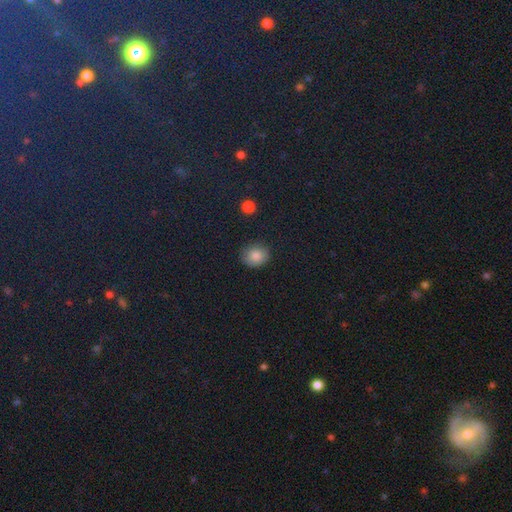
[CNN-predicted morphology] Overall: smooth (82%). How rounded: round (66%; in between 33%). Merging: none (82%).